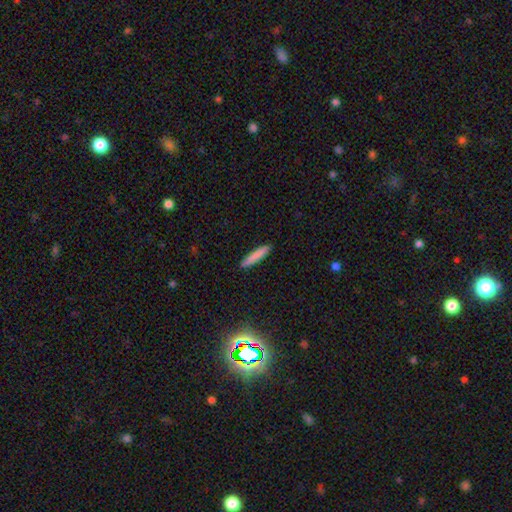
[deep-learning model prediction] A smooth galaxy with no disk features (85%) that is cigar-shaped (90%). Merging: none (91%).